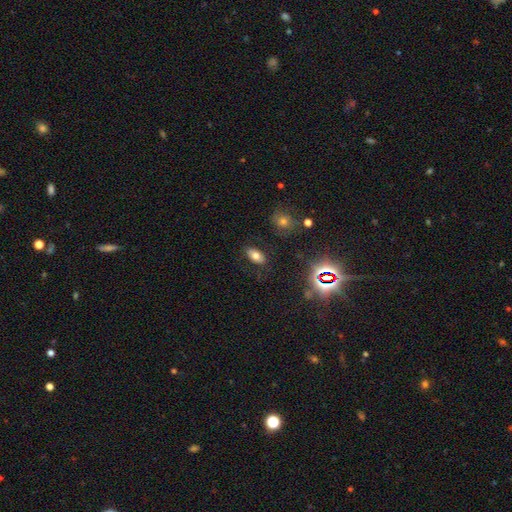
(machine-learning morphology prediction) smooth 72%, star or artifact 15%, featured or disk 14%. Down the decision tree: how rounded — in between (91%); merging — none (85%).